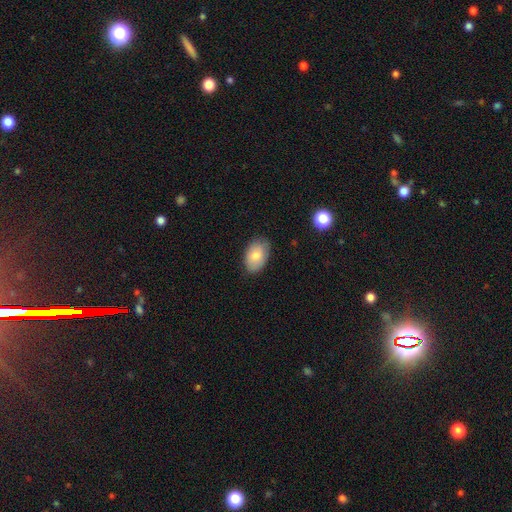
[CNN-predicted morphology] Smooth or featured: smooth — 81% (featured or disk — 13%)
How rounded: in between — 90% (round — 8%)
Merging: none — 80% (minor disturbance — 16%)